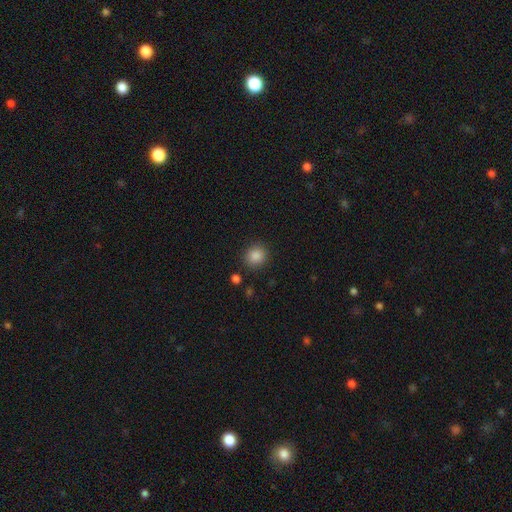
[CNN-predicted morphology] Smooth or featured: smooth — 87% (star or artifact — 10%)
How rounded: round — 86% (in between — 13%)
Merging: none — 87% (minor disturbance — 8%)